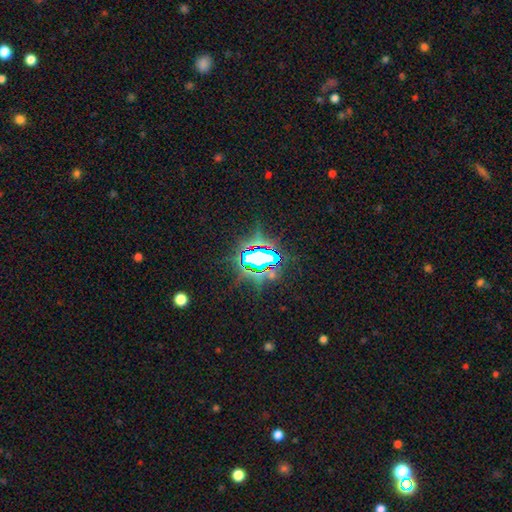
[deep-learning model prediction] Morphology: type=star or artifact (73%).